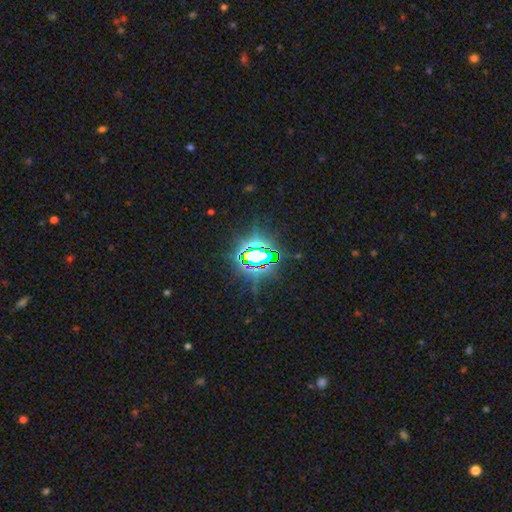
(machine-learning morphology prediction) This is clearly a star or artifact rather than a galaxy (80%).